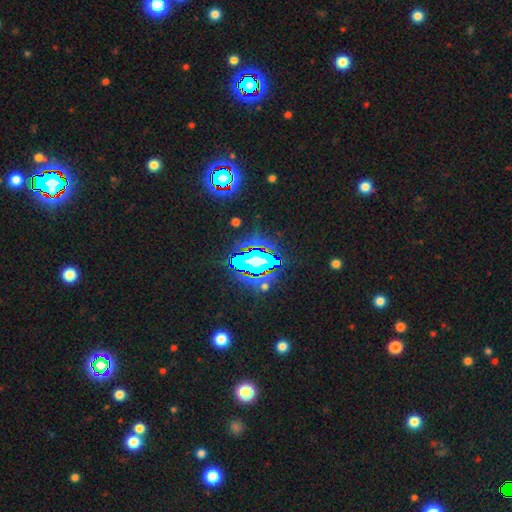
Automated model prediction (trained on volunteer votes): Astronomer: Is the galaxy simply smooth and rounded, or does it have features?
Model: star or artifact — 83%.